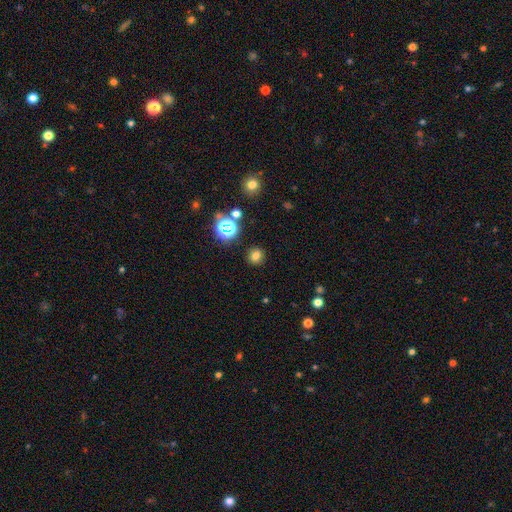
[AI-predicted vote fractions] smooth-or-featured: smooth: 73% | star or artifact: 20% | featured or disk: 7%
  how-rounded: round: 83% | in between: 16% | cigar-shaped: 1%
  merging: none: 88% | minor disturbance: 7% | major disturbance: 3% | merger: 2%